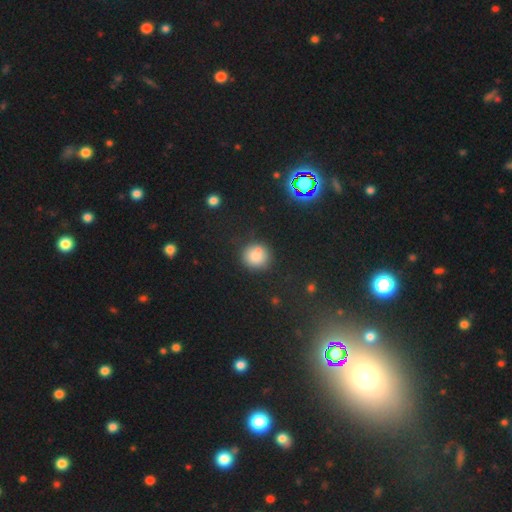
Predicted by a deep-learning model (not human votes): smooth-or-featured: smooth: 79% | star or artifact: 14% | featured or disk: 7%
  how-rounded: round: 88% | in between: 11% | cigar-shaped: 1%
  merging: none: 77% | minor disturbance: 13% | merger: 6% | major disturbance: 4%